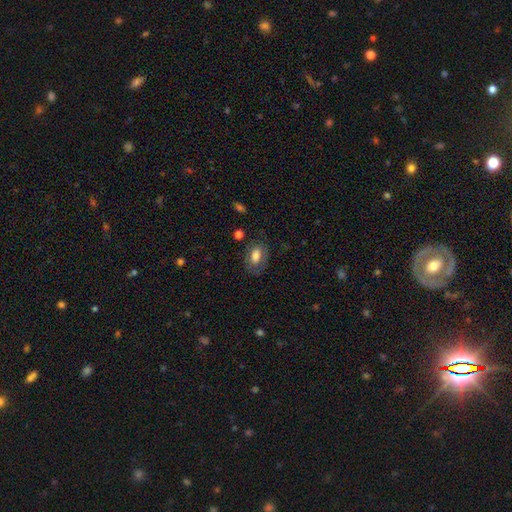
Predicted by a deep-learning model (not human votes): Smooth or featured?
  - smooth: 67% *
  - featured or disk: 25%
  - star or artifact: 8%
How rounded?
  - in between: 87% *
  - round: 11%
  - cigar-shaped: 2%
Merging?
  - none: 70% *
  - minor disturbance: 19%
  - major disturbance: 9%
  - merger: 2%